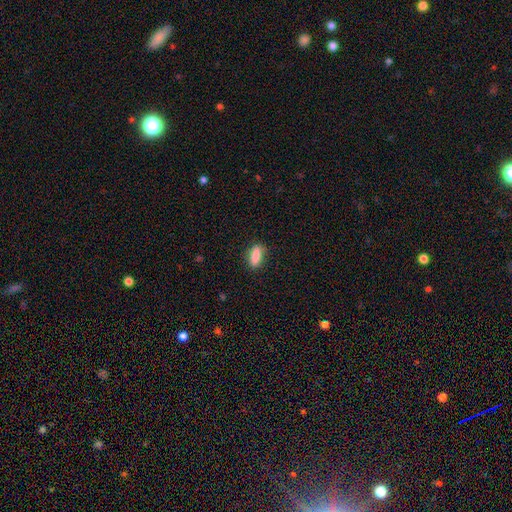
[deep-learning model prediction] Smooth or featured?
  - smooth: 84% *
  - featured or disk: 8%
  - star or artifact: 8%
How rounded?
  - in between: 63% *
  - cigar-shaped: 34%
  - round: 3%
Merging?
  - none: 83% *
  - minor disturbance: 13%
  - major disturbance: 3%
  - merger: 1%